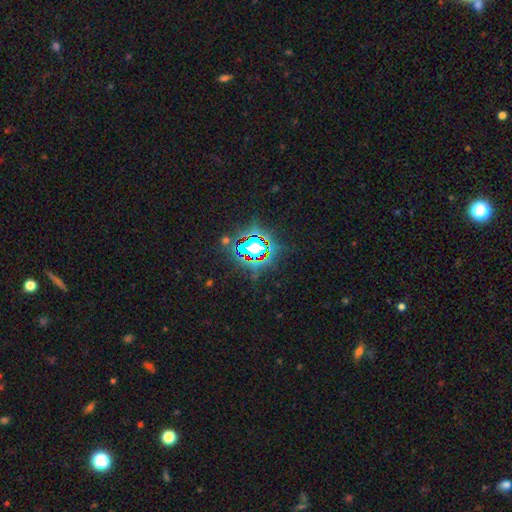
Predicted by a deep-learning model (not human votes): Smooth or featured? Predicted: star or artifact (p=0.82).